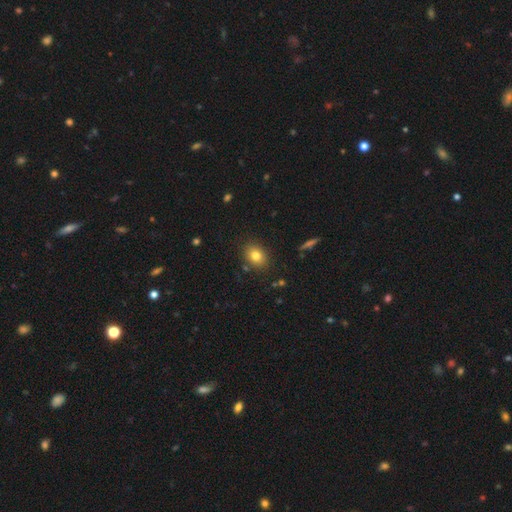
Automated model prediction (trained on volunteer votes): The model was most divided on "how rounded": in between: 53%, round: 46%, cigar-shaped: 1%. More confident: merging — none (86%); smooth or featured — smooth (79%).